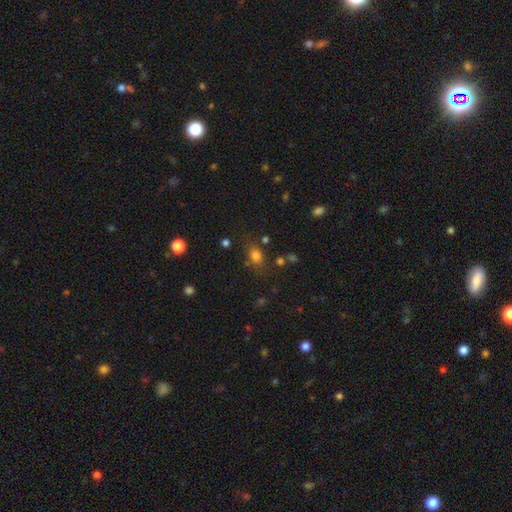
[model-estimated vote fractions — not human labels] Smooth or featured? smooth (76%)
How rounded? in between (61%)
Merging? none (73%)